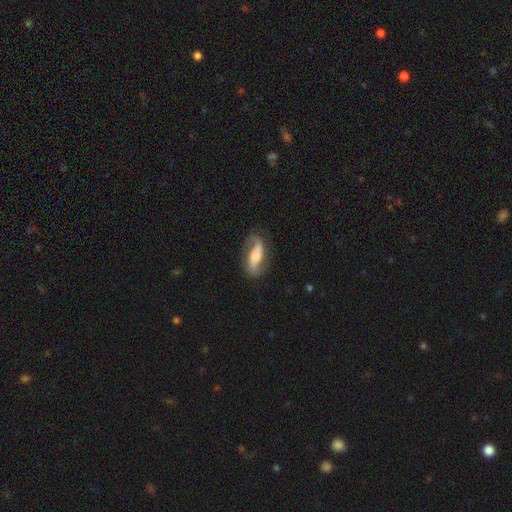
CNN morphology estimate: Smooth or featured?
  - featured or disk: 74% *
  - smooth: 21%
  - star or artifact: 5%
Edge-on disk?
  - no: 87% *
  - yes: 13%
Bar?
  - strong: 43% *
  - no: 29%
  - weak: 28%
Spiral arms?
  - yes: 91% *
  - no: 9%
Spiral winding?
  - loose: 58% *
  - medium: 30%
  - tight: 13%
Spiral arm count?
  - 2: 88% *
  - 1: 5%
  - can't tell: 4%
  - 3: 1%
  - 4: 1%
  - more than 4: 1%
Bulge size?
  - moderate: 57% *
  - small: 26%
  - large: 12%
  - none: 3%
  - dominant: 2%
Merging?
  - none: 78% *
  - minor disturbance: 15%
  - major disturbance: 6%
  - merger: 1%